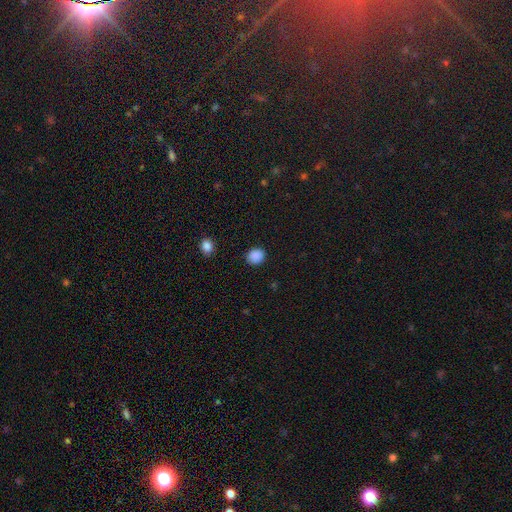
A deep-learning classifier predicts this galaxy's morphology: Smooth or featured? Predicted: smooth (p=0.88). How rounded? Predicted: round (p=0.73). Merging? Predicted: none (p=0.88).